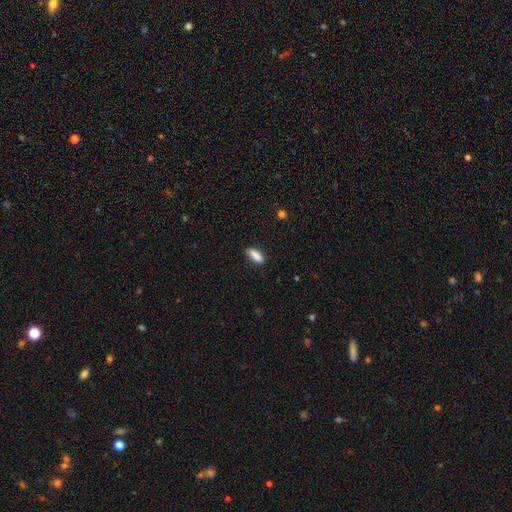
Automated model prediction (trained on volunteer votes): Q: Smooth or featured?
A: smooth (88%); runner-up: star or artifact (7%)
Q: How rounded?
A: in between (71%); runner-up: cigar-shaped (27%)
Q: Merging?
A: none (84%); runner-up: minor disturbance (12%)